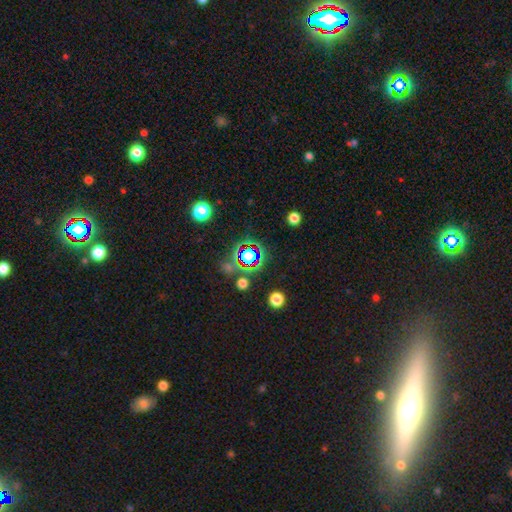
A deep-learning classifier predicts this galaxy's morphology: smooth_or_featured: star or artifact (p=0.60) [alt: smooth p=0.27]